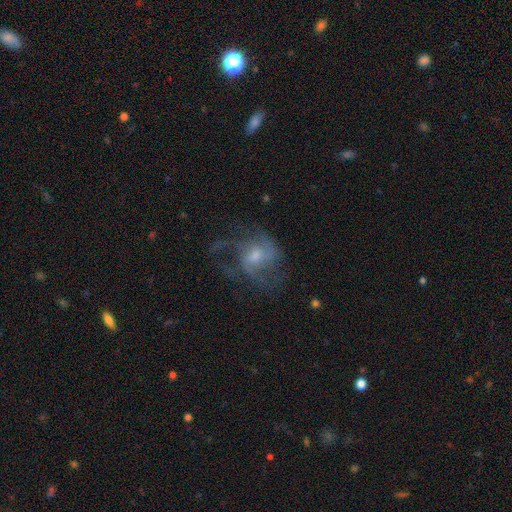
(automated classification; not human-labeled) Smooth or featured? featured or disk (69%)
Edge-on disk? no (97%)
Bar? no (61%)
Spiral arms? yes (80%)
Spiral winding? medium (44%)
Spiral arm count? can't tell (29%)
Bulge size? moderate (49%)
Merging? none (50%)